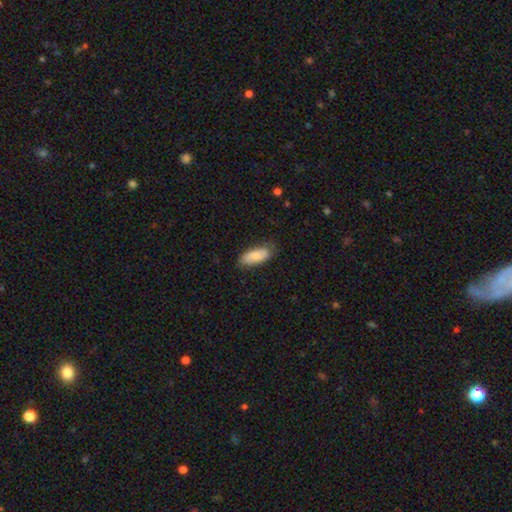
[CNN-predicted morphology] A smooth galaxy with no disk features (74%) that is in between round and cigar-shaped (84%).

Vote fractions:
- Smooth or featured? smooth: 74% / featured or disk: 20% / star or artifact: 6%
- How rounded? in between: 84% / cigar-shaped: 14% / round: 2%
- Merging? none: 73% / minor disturbance: 22% / major disturbance: 4% / merger: 1%